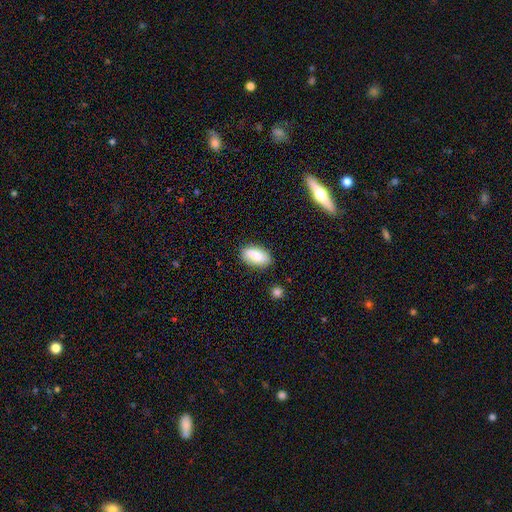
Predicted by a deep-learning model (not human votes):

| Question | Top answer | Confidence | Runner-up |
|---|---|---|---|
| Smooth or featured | smooth | 83% | featured or disk (10%) |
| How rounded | in between | 91% | cigar-shaped (6%) |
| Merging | none | 82% | minor disturbance (13%) |